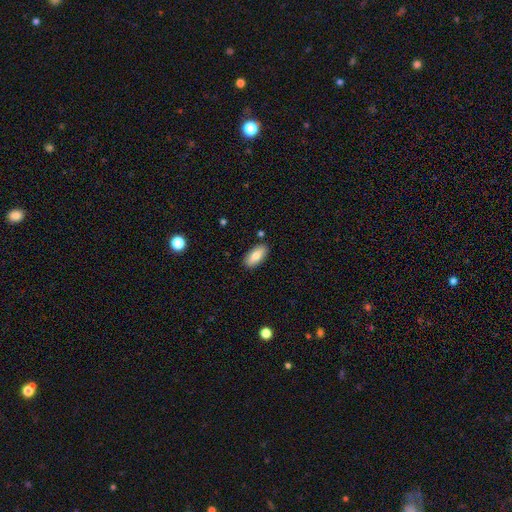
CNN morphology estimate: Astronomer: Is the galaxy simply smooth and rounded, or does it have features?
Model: smooth — 77%.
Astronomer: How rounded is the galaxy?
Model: in between — 90%.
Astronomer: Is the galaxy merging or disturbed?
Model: none — 87%.